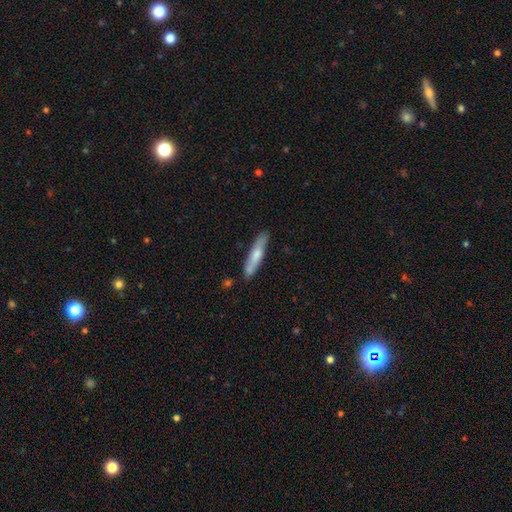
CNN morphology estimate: Smooth or featured?
  - smooth: 62% *
  - featured or disk: 32%
  - star or artifact: 5%
How rounded?
  - cigar-shaped: 87% *
  - in between: 11%
  - round: 1%
Merging?
  - none: 82% *
  - minor disturbance: 13%
  - merger: 3%
  - major disturbance: 2%